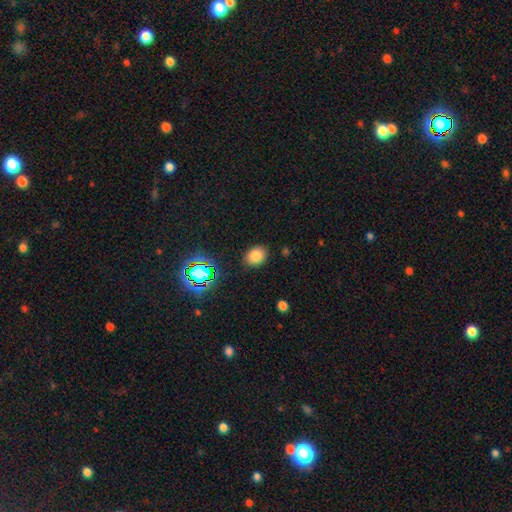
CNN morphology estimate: This is likely a smooth galaxy (78%). How rounded: likely in between (60%). Merging: clearly none (85%).